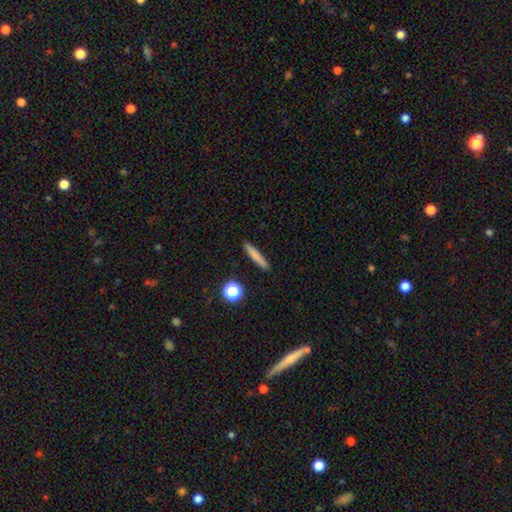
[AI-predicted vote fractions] Q: Smooth or featured?
A: smooth (76%); runner-up: featured or disk (15%)
Q: How rounded?
A: cigar-shaped (91%); runner-up: in between (6%)
Q: Merging?
A: none (89%); runner-up: minor disturbance (7%)